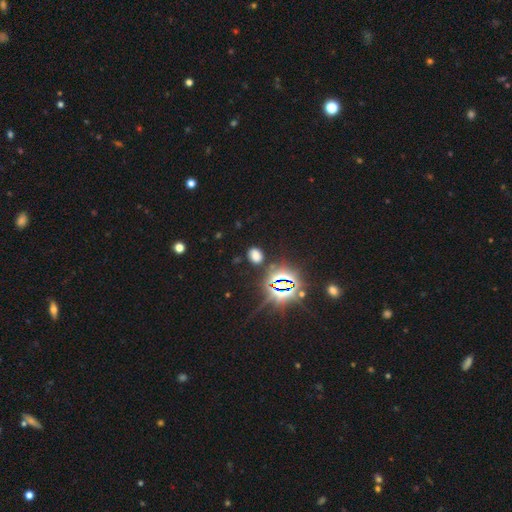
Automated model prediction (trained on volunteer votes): This is possibly a smooth galaxy (58%). How rounded: likely in between (73%). Merging: clearly none (83%).